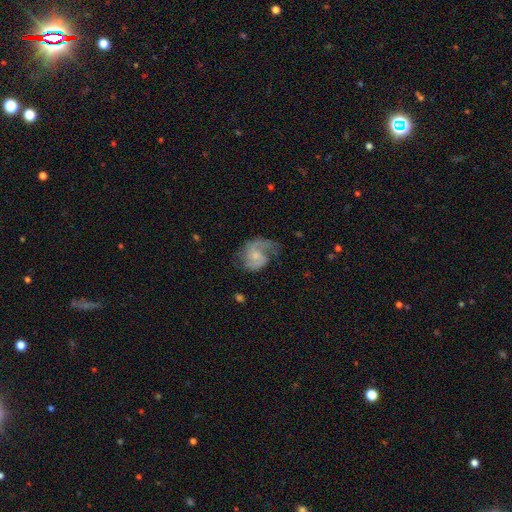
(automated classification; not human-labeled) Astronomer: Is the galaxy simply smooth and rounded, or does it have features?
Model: featured or disk — 71%.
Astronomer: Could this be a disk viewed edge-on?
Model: no — 98%.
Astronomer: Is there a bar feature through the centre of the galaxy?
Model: no — 57% (runner-up: weak, 37%).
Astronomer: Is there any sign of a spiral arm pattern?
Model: yes — 91%.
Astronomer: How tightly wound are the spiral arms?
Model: medium — 46% (runner-up: loose, 36%).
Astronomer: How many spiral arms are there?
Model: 2 — 69%.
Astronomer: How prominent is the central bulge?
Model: small — 47% (runner-up: moderate, 29%).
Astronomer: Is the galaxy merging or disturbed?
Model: none — 47% (runner-up: major disturbance, 26%).